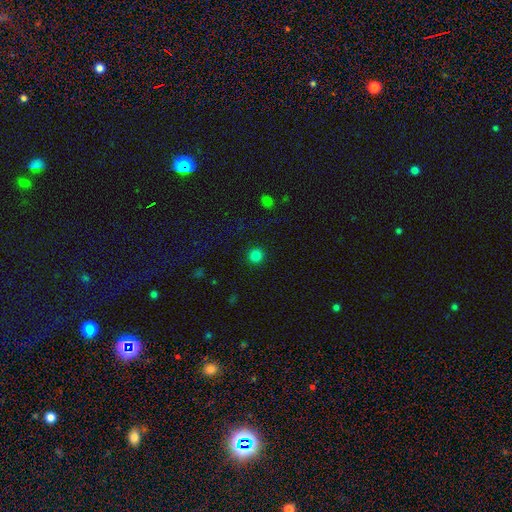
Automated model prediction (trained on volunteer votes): smooth-or-featured: smooth: 83% | star or artifact: 14% | featured or disk: 3%
  how-rounded: round: 94% | in between: 5% | cigar-shaped: 1%
  merging: none: 92% | minor disturbance: 5% | major disturbance: 2% | merger: 1%